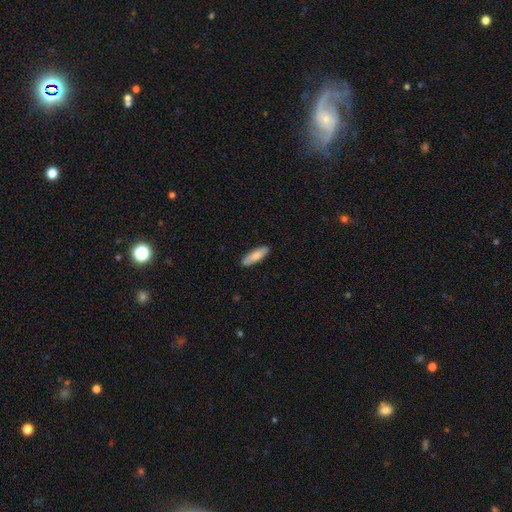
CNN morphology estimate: smooth-or-featured: smooth: 82% | featured or disk: 13% | star or artifact: 5%
  how-rounded: in between: 52% | cigar-shaped: 46% | round: 2%
  merging: none: 88% | minor disturbance: 9% | major disturbance: 2% | merger: 1%